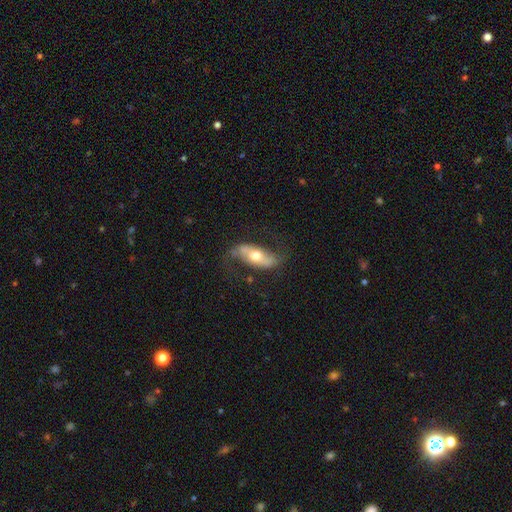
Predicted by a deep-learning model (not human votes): This appears to be a featured or disk galaxy (63%). Merging: none (68%).